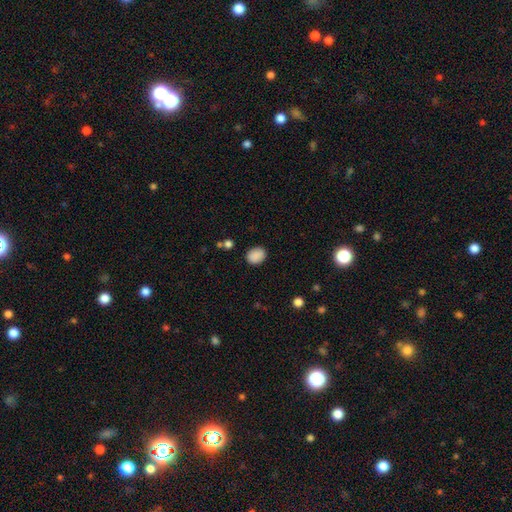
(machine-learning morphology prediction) Smooth or featured? smooth (88%)
How rounded? in between (59%)
Merging? none (86%)